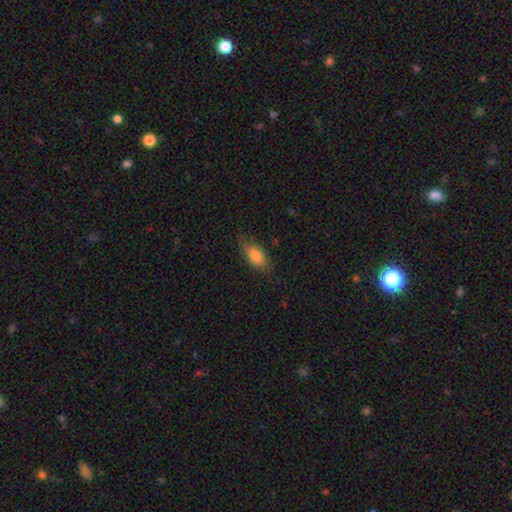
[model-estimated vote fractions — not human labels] Smooth or featured? smooth (78%)
How rounded? in between (87%)
Merging? none (66%)